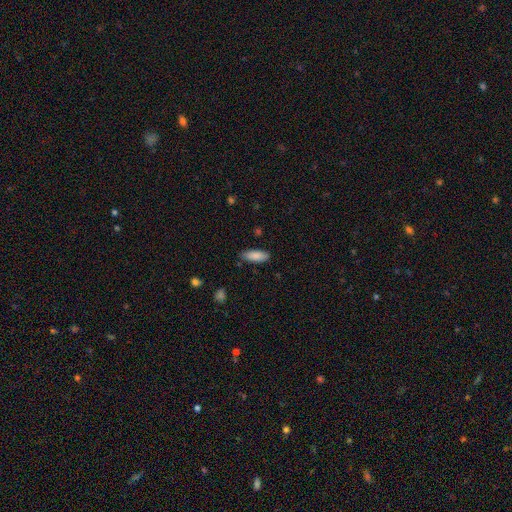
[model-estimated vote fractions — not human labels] Smooth or featured: smooth — 87% (featured or disk — 7%)
How rounded: in between — 65% (cigar-shaped — 33%)
Merging: none — 85% (minor disturbance — 12%)